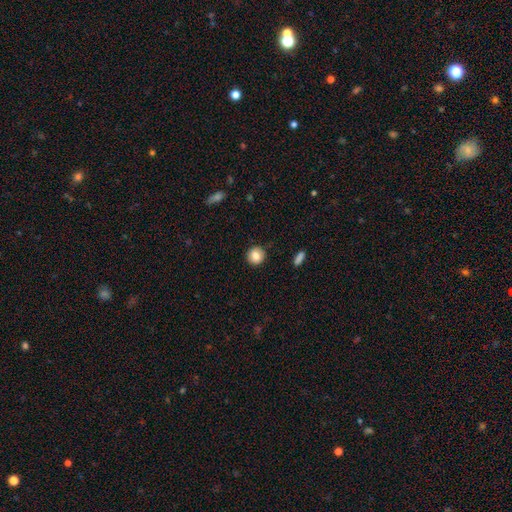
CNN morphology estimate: smooth-or-featured: smooth: 82% | star or artifact: 9% | featured or disk: 9%
  how-rounded: round: 91% | in between: 8% | cigar-shaped: 1%
  merging: none: 90% | minor disturbance: 7% | major disturbance: 2% | merger: 1%